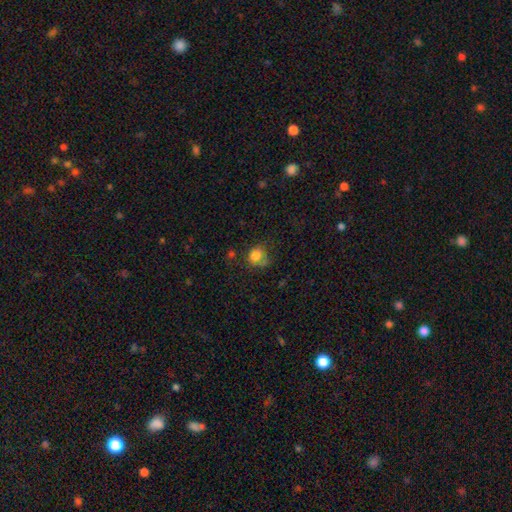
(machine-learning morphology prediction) This appears to be a smooth galaxy with no disk features (80%) that is round (71%). Merging: none (48%).